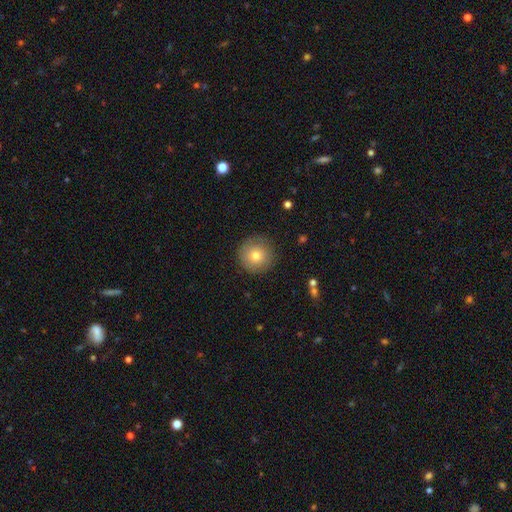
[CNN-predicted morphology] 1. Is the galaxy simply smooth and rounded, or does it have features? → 77% smooth, 13% featured or disk, 10% star or artifact.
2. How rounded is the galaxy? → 96% round, 3% in between, 1% cigar-shaped.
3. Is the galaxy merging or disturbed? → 88% none, 8% minor disturbance, 3% major disturbance, 1% merger.